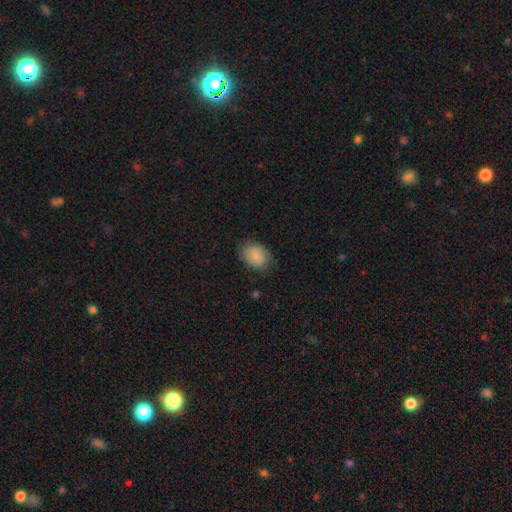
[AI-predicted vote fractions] Overall: smooth (81%). How rounded: in between (71%). Merging: none (73%).